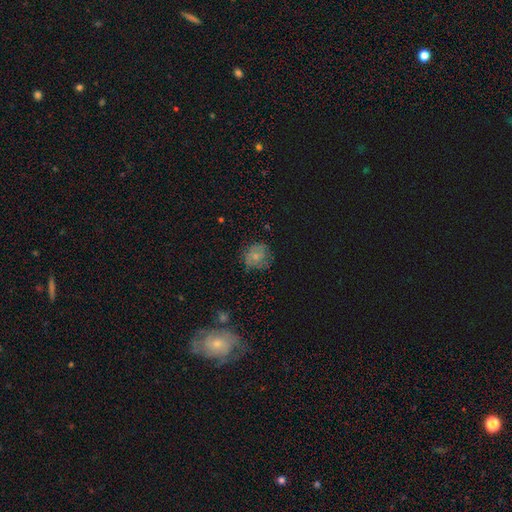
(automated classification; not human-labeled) Smooth or featured: smooth — 60% (featured or disk — 22%)
How rounded: round — 80% (in between — 19%)
Merging: none — 74% (minor disturbance — 18%)